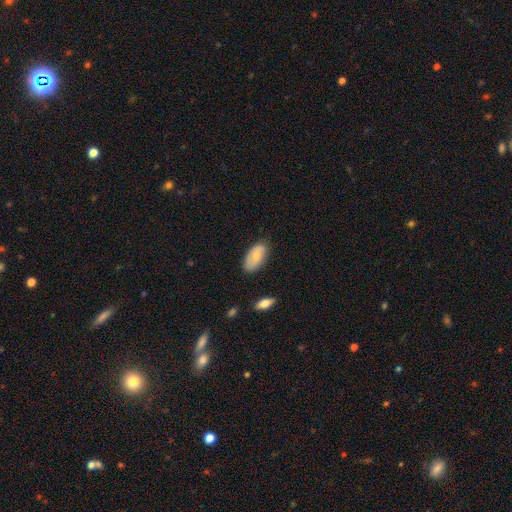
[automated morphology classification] This is likely a smooth galaxy (64%). How rounded: clearly in between (94%). Merging: likely none (76%).